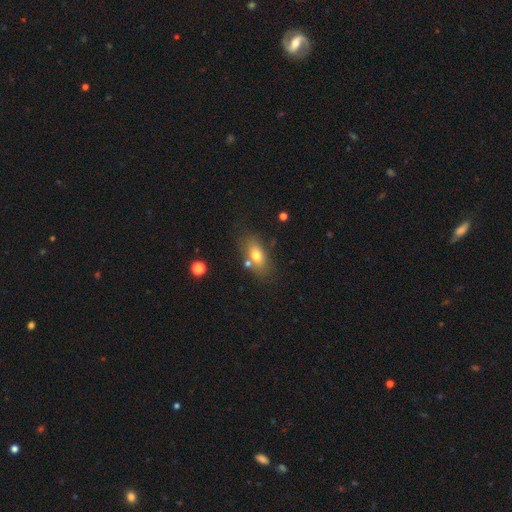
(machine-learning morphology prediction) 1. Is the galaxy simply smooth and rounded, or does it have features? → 71% smooth, 19% featured or disk, 10% star or artifact.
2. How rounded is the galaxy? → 84% in between, 10% round, 6% cigar-shaped.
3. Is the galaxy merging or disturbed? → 71% none, 14% minor disturbance, 11% merger, 4% major disturbance.